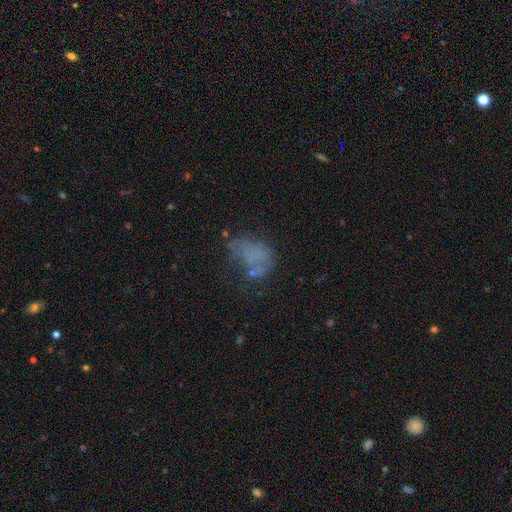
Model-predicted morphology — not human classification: Overall: smooth (47%; featured or disk 31%). Merging: none (39%; major disturbance 30%).